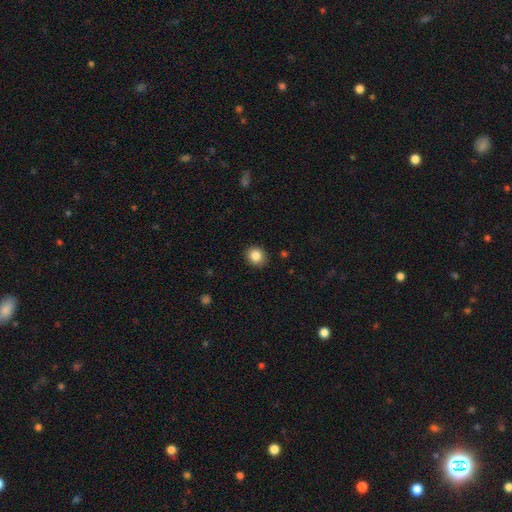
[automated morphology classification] type=smooth (85%); roundness=round (77%); merging=none (90%).